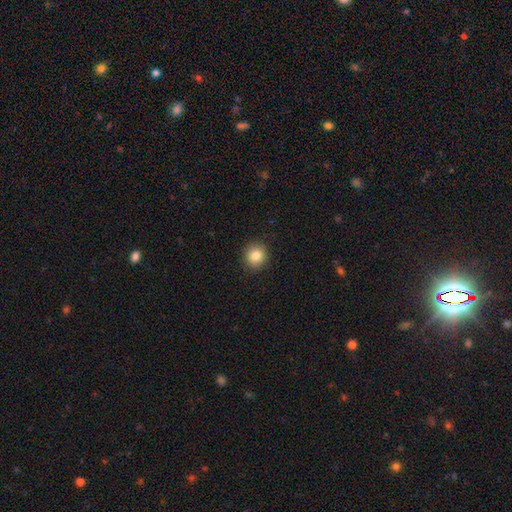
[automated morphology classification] A smooth galaxy with no disk features (84%) that is round (85%). Merging: none (91%).